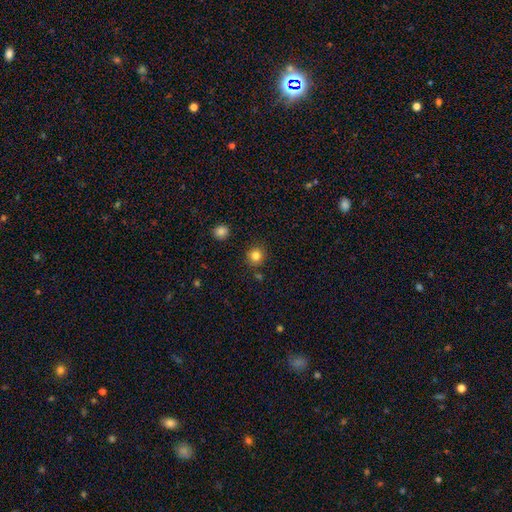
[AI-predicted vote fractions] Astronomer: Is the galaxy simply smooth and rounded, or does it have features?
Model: smooth — 83%.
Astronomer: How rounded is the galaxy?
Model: round — 91%.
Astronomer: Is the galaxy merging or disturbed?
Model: none — 86%.